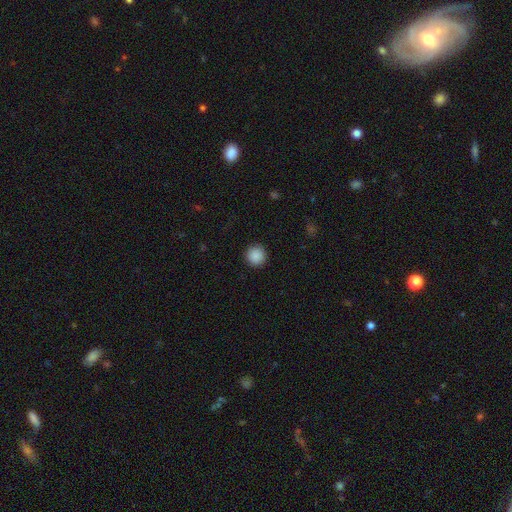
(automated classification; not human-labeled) This appears to be a smooth galaxy with no disk features (89%) that is round (95%). Merging: none (92%).